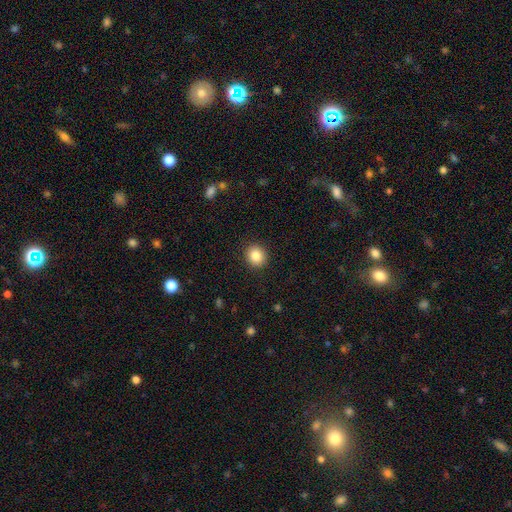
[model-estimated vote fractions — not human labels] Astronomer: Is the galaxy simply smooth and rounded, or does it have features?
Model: smooth — 86%.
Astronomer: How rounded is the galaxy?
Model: round — 83%.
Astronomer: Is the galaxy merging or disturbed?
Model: none — 91%.